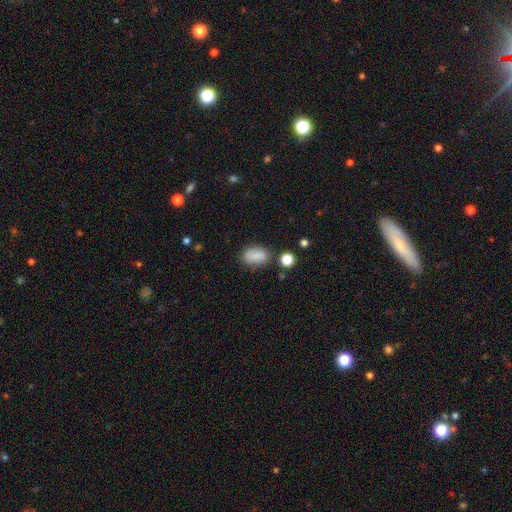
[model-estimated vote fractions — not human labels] The model was most divided on "merging": none: 73%, minor disturbance: 17%, merger: 5%, major disturbance: 5%. More confident: how rounded — in between (86%); smooth or featured — smooth (82%).